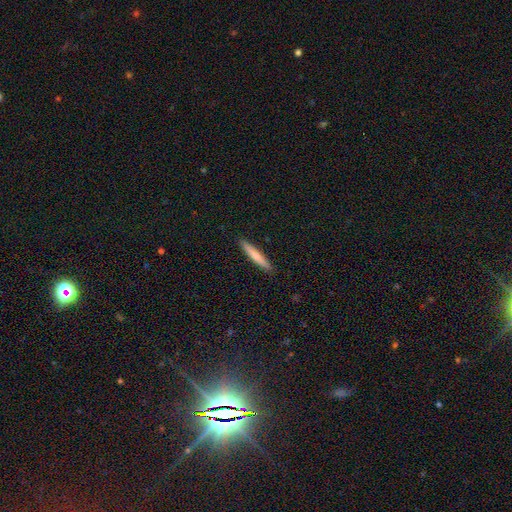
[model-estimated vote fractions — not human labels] Smooth or featured: smooth — 73% (featured or disk — 22%)
How rounded: cigar-shaped — 95% (in between — 4%)
Merging: none — 92% (minor disturbance — 6%)